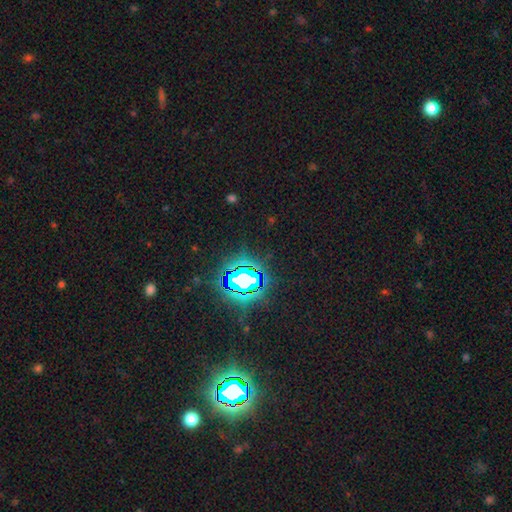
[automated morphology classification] Smooth or featured: star or artifact — 84% (smooth — 10%)